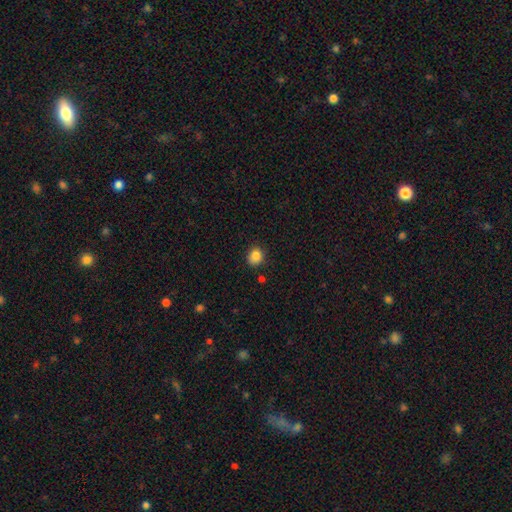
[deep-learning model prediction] This appears to be a smooth galaxy with no disk features (85%) that is round (66%). Merging: none (80%).